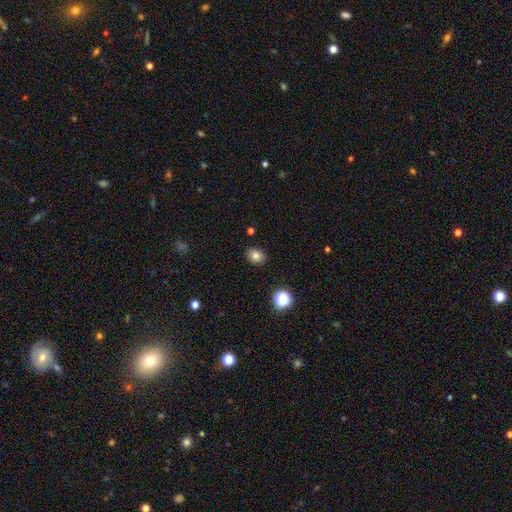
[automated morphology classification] smooth_or_featured: smooth (p=0.81) [alt: star or artifact p=0.12]
how_rounded: in between (p=0.50) [alt: round p=0.49]
merging: none (p=0.88) [alt: minor disturbance p=0.08]